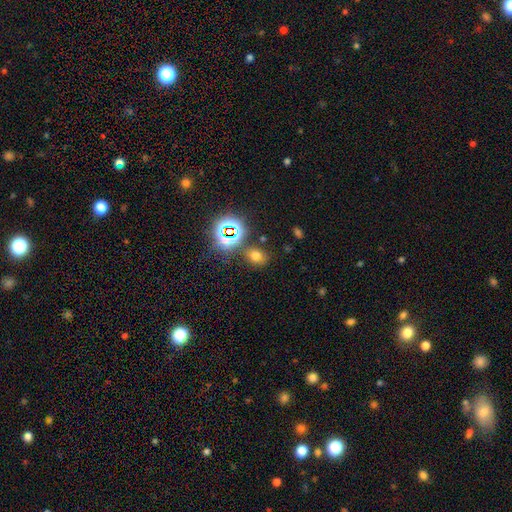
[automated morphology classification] Smooth or featured? Predicted: smooth (p=0.62). How rounded? Predicted: in between (p=0.54). Merging? Predicted: none (p=0.76).